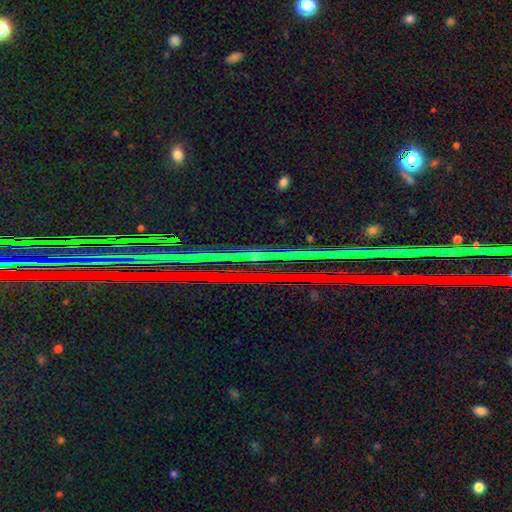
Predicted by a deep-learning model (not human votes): star or artifact 85%, featured or disk 8%, smooth 7%.